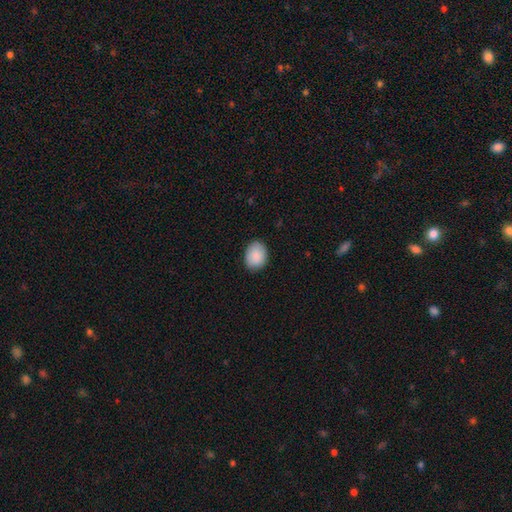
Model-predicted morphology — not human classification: smooth 90%, star or artifact 7%, featured or disk 4%. Down the decision tree: how rounded — in between (63%); merging — none (85%).